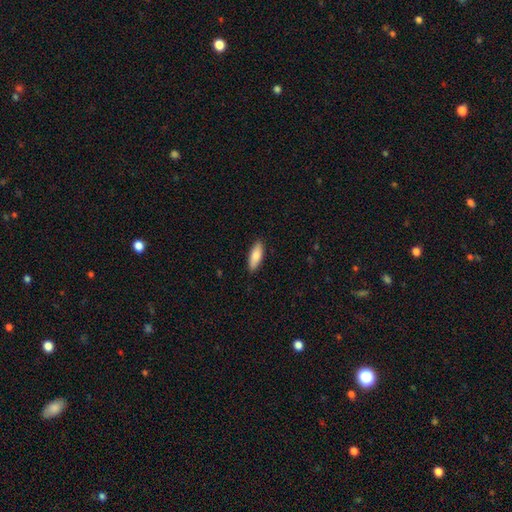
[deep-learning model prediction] Morphology: type=smooth (84%); roundness=in between (65%); merging=none (88%).